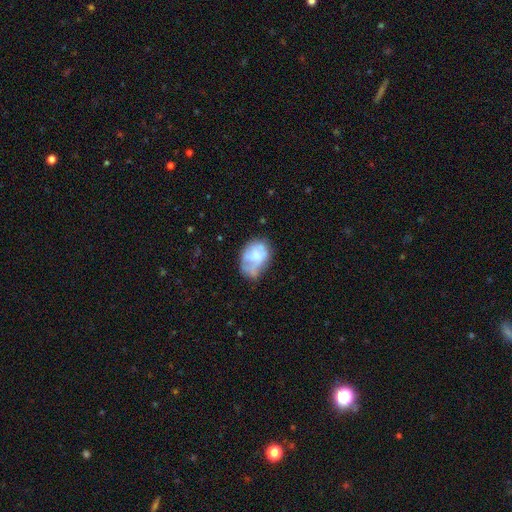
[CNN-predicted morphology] Smooth or featured? smooth (49%)
Merging? none (38%)